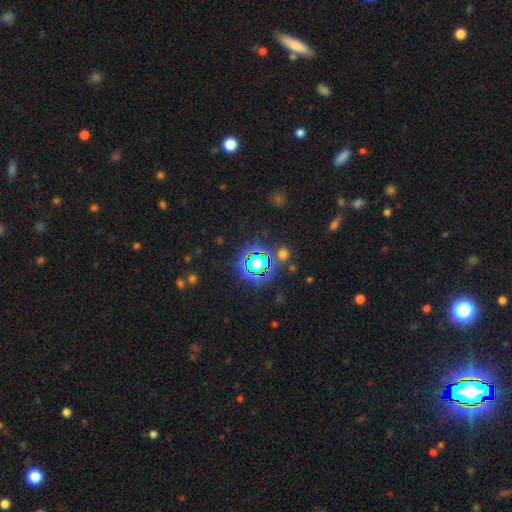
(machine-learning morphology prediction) A star or artifact, not a galaxy (80%).

Vote fractions:
- Smooth or featured? star or artifact: 80% / smooth: 13% / featured or disk: 7%